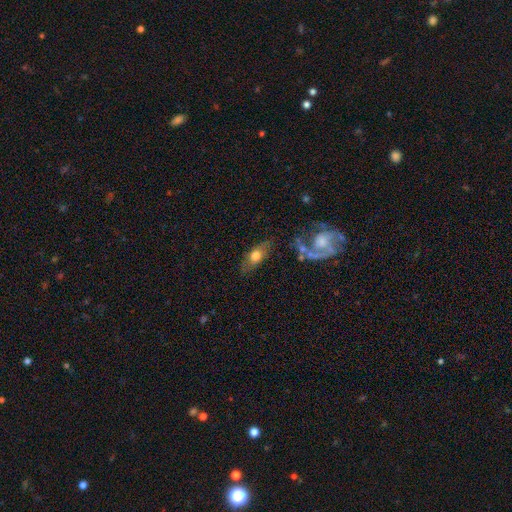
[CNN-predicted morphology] This is possibly a smooth galaxy (54%). How rounded: likely in between (71%). Merging: likely none (68%).